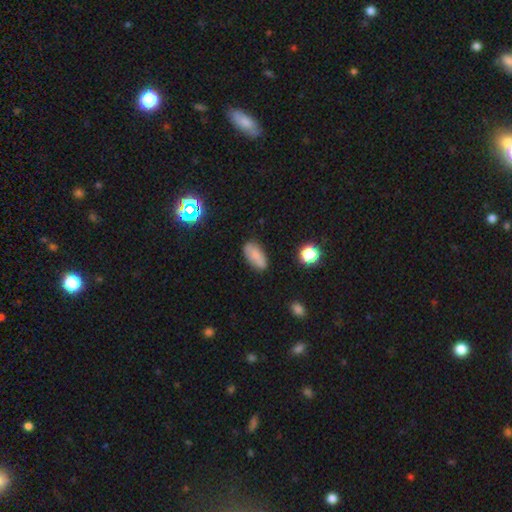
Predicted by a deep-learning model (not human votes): Q: Smooth or featured?
A: smooth (81%); runner-up: star or artifact (10%)
Q: How rounded?
A: in between (88%); runner-up: cigar-shaped (8%)
Q: Merging?
A: none (77%); runner-up: minor disturbance (17%)